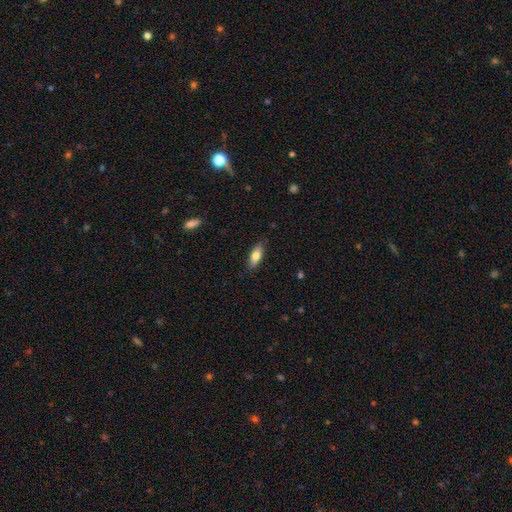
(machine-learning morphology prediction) Smooth or featured?
  - smooth: 74% *
  - featured or disk: 20%
  - star or artifact: 6%
How rounded?
  - in between: 69% *
  - cigar-shaped: 28%
  - round: 3%
Merging?
  - none: 84% *
  - minor disturbance: 12%
  - major disturbance: 2%
  - merger: 1%